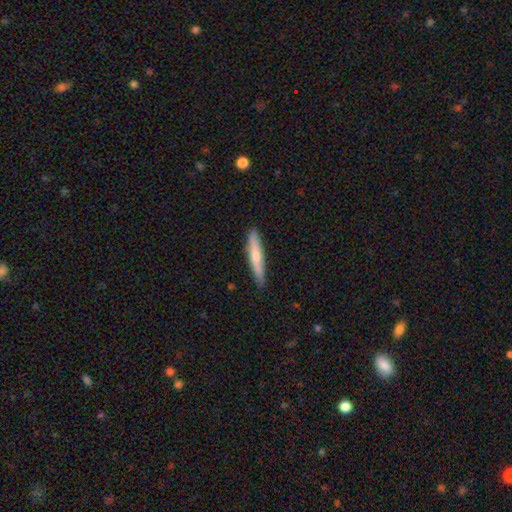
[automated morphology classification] smooth-or-featured: smooth: 63% | featured or disk: 32% | star or artifact: 5%
  how-rounded: cigar-shaped: 92% | in between: 7% | round: 1%
  merging: none: 88% | minor disturbance: 9% | major disturbance: 2% | merger: 1%